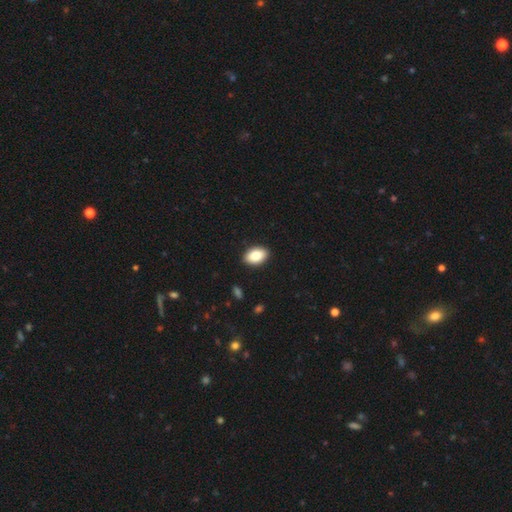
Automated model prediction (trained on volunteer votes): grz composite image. It shows a smooth galaxy with no disk features (84%) that is in between round and cigar-shaped (88%). Merging: none (90%).